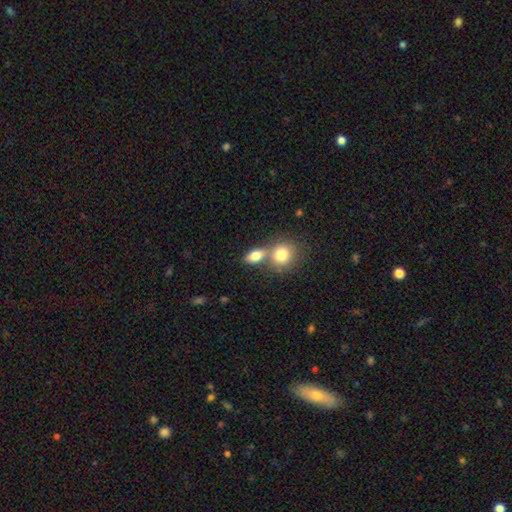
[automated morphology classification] A smooth galaxy with no disk features (80%) that is in between round and cigar-shaped (71%).

Vote fractions:
- Smooth or featured? smooth: 80% / featured or disk: 12% / star or artifact: 8%
- How rounded? in between: 71% / round: 24% / cigar-shaped: 4%
- Merging? merger: 45% / none: 43% / minor disturbance: 9% / major disturbance: 4%